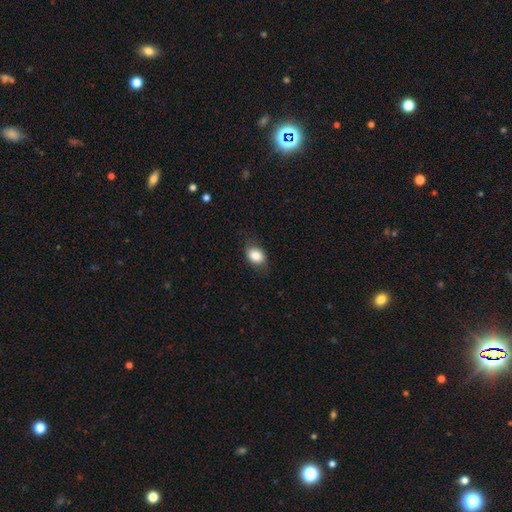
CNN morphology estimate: A smooth galaxy with no disk features (83%) that is in between round and cigar-shaped (69%).

Vote fractions:
- Smooth or featured? smooth: 83% / featured or disk: 9% / star or artifact: 8%
- How rounded? in between: 69% / round: 30% / cigar-shaped: 1%
- Merging? none: 75% / minor disturbance: 19% / major disturbance: 5% / merger: 1%